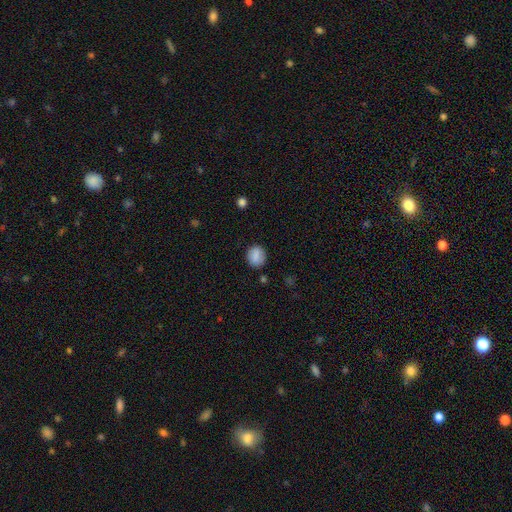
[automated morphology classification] Smooth or featured? smooth (84%)
How rounded? round (70%)
Merging? none (84%)